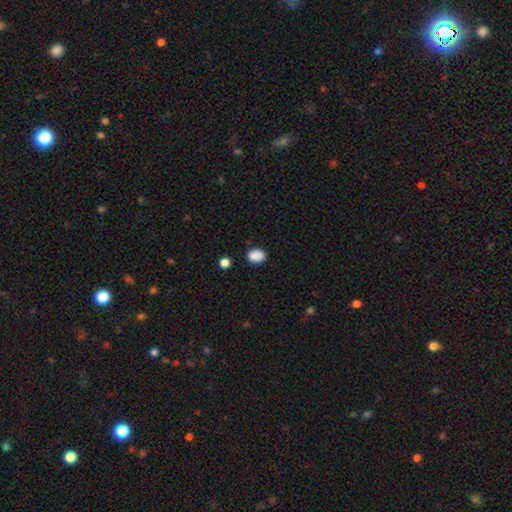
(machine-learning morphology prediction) This is clearly a smooth galaxy (88%). How rounded: likely in between (69%). Merging: clearly none (84%).